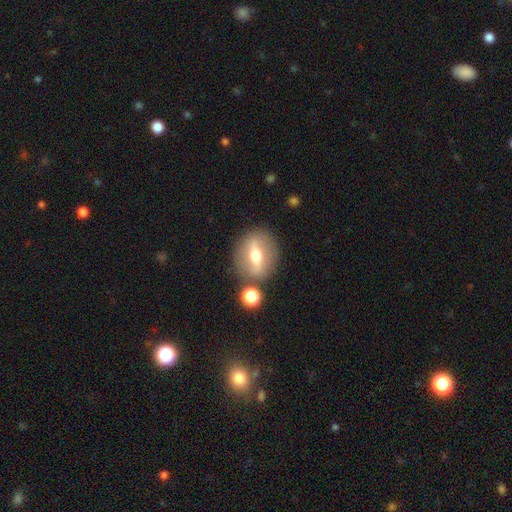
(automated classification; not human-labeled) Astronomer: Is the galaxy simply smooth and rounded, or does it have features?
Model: featured or disk — 58% (runner-up: smooth, 34%).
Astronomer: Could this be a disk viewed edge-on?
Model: no — 64%.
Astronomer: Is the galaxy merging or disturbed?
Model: none — 80%.